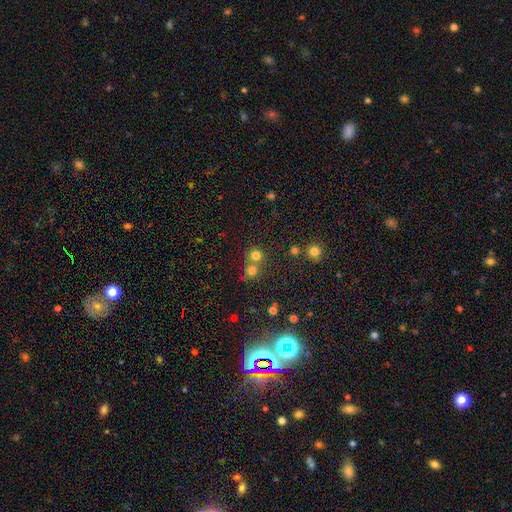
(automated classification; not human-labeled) smooth 74%, star or artifact 18%, featured or disk 8%. Down the decision tree: how rounded — round (91%); merging — none (58%).